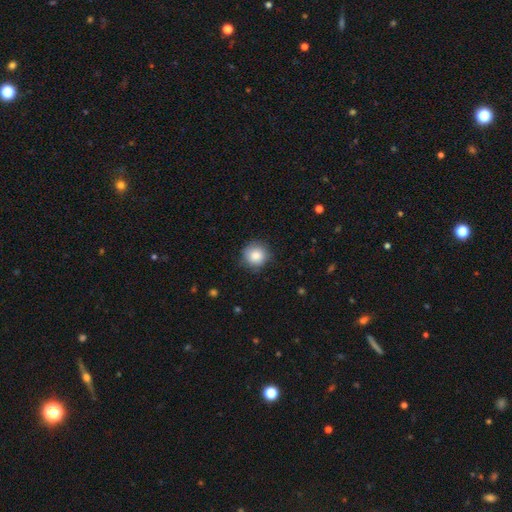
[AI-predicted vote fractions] Smooth or featured: smooth — 85% (star or artifact — 8%)
How rounded: round — 93% (in between — 6%)
Merging: none — 82% (minor disturbance — 14%)